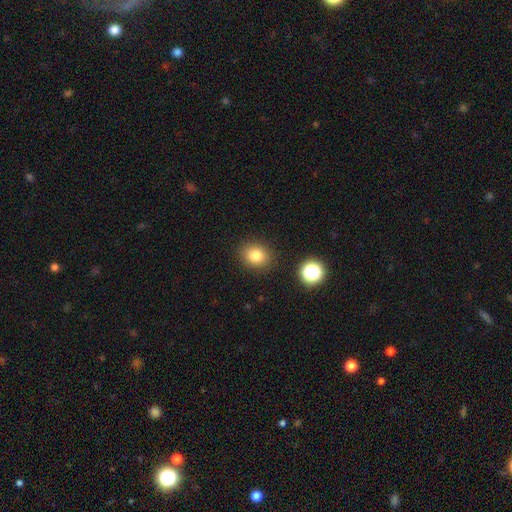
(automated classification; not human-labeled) Smooth or featured? smooth (81%)
How rounded? round (65%)
Merging? none (88%)